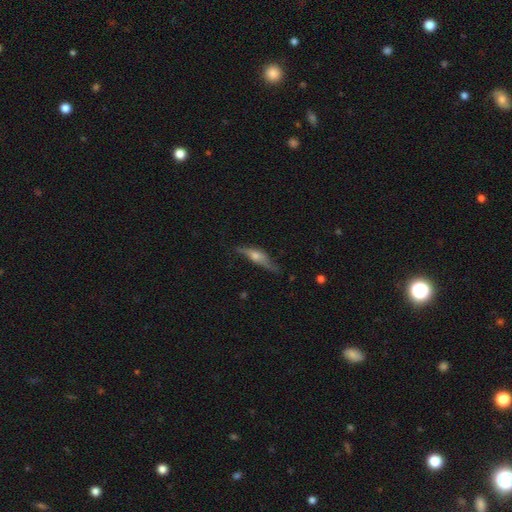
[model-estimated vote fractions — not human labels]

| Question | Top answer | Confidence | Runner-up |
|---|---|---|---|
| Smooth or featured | featured or disk | 63% | smooth (29%) |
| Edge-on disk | yes | 83% | no (17%) |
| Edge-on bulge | rounded | 84% | boxy (11%) |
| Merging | none | 61% | minor disturbance (26%) |